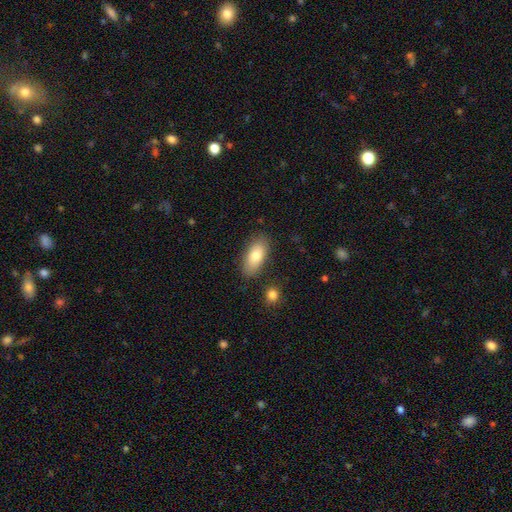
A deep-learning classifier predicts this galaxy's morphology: The model was most divided on "smooth or featured": smooth: 78%, featured or disk: 16%, star or artifact: 7%. More confident: how rounded — in between (88%); merging — none (83%).